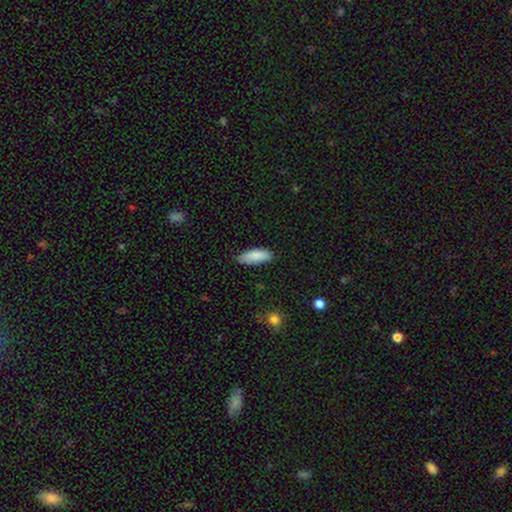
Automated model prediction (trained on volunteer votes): Overall: smooth (86%). How rounded: in between (68%; cigar-shaped 30%). Merging: none (80%).